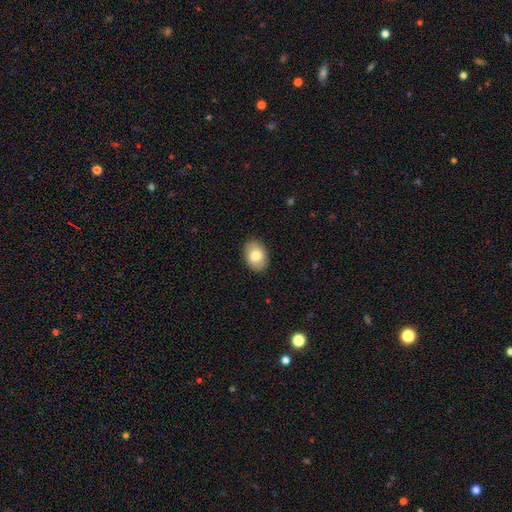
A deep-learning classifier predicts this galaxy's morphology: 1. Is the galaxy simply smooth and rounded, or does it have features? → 80% smooth, 13% featured or disk, 7% star or artifact.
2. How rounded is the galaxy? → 76% in between, 23% round, 1% cigar-shaped.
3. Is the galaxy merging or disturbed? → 88% none, 9% minor disturbance, 2% major disturbance, 1% merger.